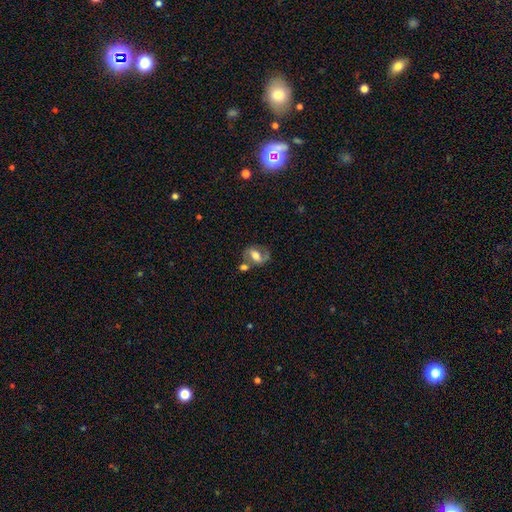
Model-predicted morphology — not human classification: Smooth or featured?
  - featured or disk: 52% *
  - smooth: 40%
  - star or artifact: 9%
Edge-on disk?
  - no: 94% *
  - yes: 6%
Merging?
  - none: 50% *
  - merger: 21%
  - minor disturbance: 19%
  - major disturbance: 10%